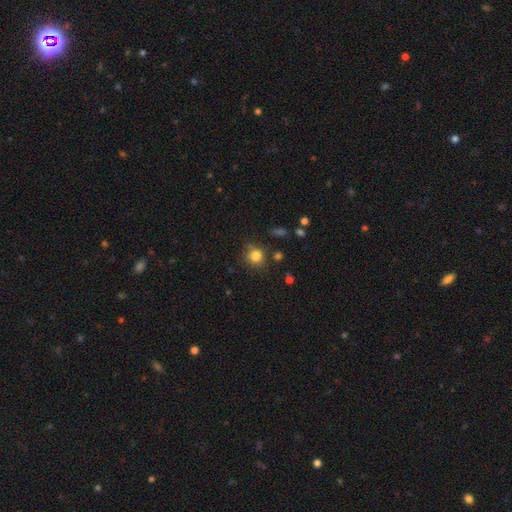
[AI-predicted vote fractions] Smooth or featured? smooth (81%)
How rounded? round (82%)
Merging? none (78%)